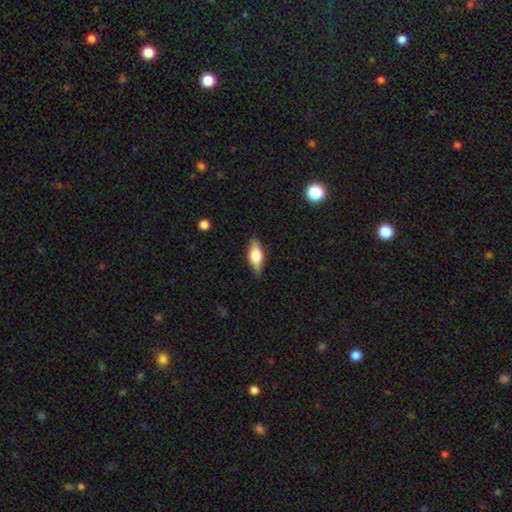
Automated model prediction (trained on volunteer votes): Morphology: type=smooth (57%); roundness=in between (75%); merging=none (85%).